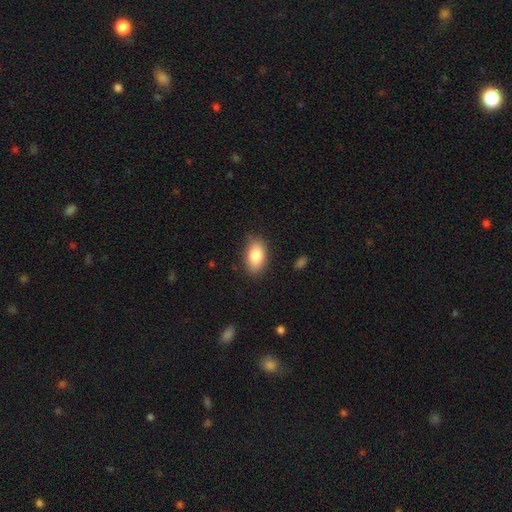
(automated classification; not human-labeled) Smooth or featured? Predicted: smooth (p=0.83). How rounded? Predicted: in between (p=0.91). Merging? Predicted: none (p=0.84).